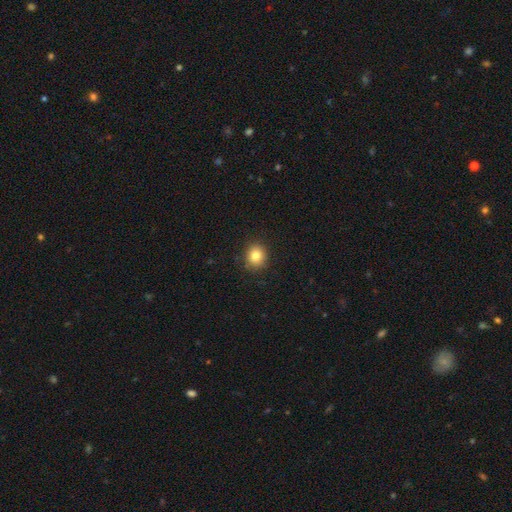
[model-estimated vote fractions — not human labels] Smooth or featured? smooth (82%)
How rounded? round (81%)
Merging? none (89%)